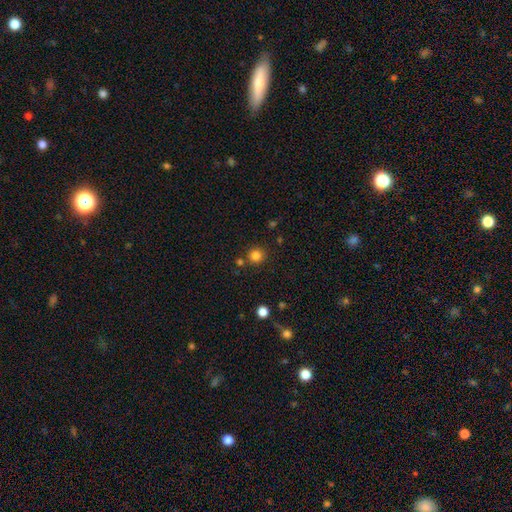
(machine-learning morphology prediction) smooth 82%, star or artifact 13%, featured or disk 4%. Down the decision tree: how rounded — round (94%); merging — none (83%).